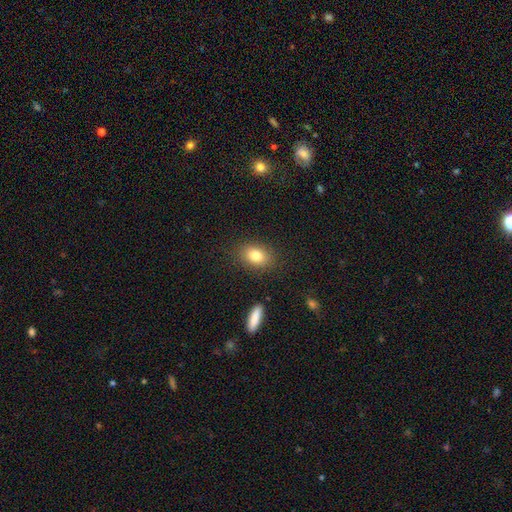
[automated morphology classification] This is clearly a smooth galaxy (81%). How rounded: likely in between (78%). Merging: clearly none (85%).